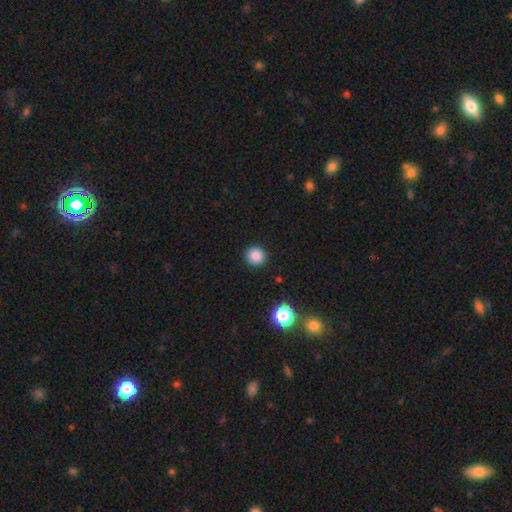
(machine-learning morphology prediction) Smooth or featured?
  - smooth: 86% *
  - star or artifact: 11%
  - featured or disk: 3%
How rounded?
  - round: 93% *
  - in between: 6%
  - cigar-shaped: 1%
Merging?
  - none: 92% *
  - minor disturbance: 5%
  - major disturbance: 2%
  - merger: 1%